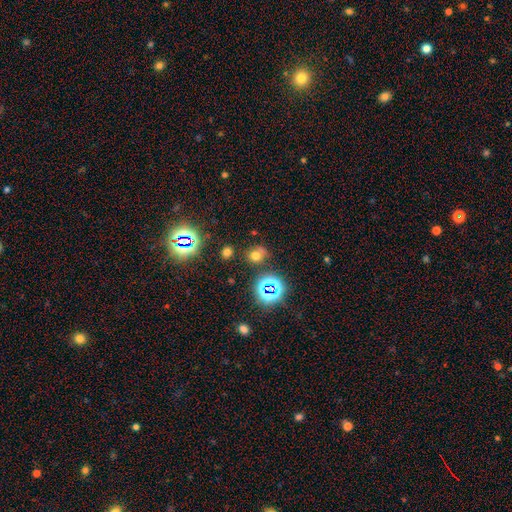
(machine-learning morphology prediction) Overall: smooth (59%; star or artifact 32%). How rounded: round (70%). Merging: none (72%).